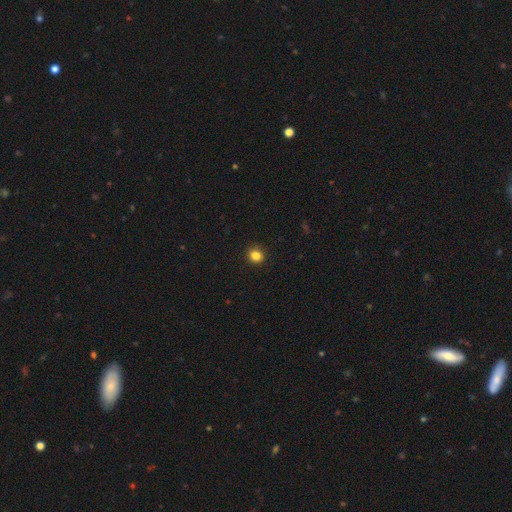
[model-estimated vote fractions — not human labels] A smooth galaxy with no disk features (84%) that is round (76%).

Vote fractions:
- Smooth or featured? smooth: 84% / star or artifact: 12% / featured or disk: 4%
- How rounded? round: 76% / in between: 23% / cigar-shaped: 1%
- Merging? none: 91% / minor disturbance: 6% / major disturbance: 2% / merger: 1%